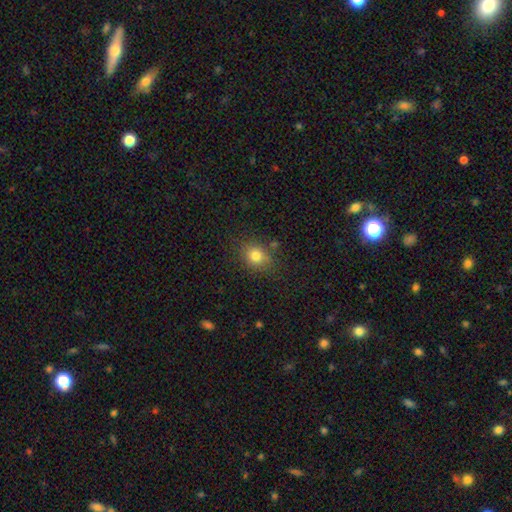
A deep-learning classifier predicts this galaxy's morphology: smooth 79%, star or artifact 13%, featured or disk 8%. Down the decision tree: how rounded — round (62%); merging — none (78%).